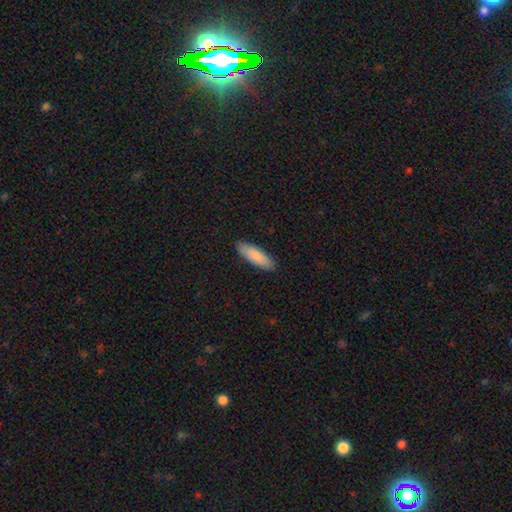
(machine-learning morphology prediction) Smooth or featured: smooth — 87% (featured or disk — 7%)
How rounded: in between — 50% (cigar-shaped — 49%)
Merging: none — 90% (minor disturbance — 8%)